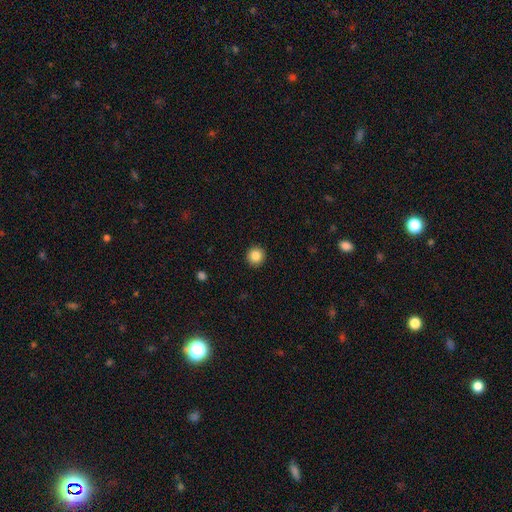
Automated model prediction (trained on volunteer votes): A smooth galaxy with no disk features (85%) that is round (95%). Merging: none (93%).